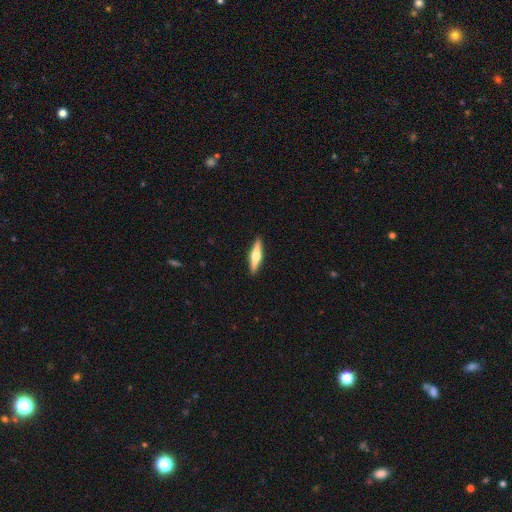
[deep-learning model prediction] Smooth or featured?
  - featured or disk: 59% *
  - smooth: 36%
  - star or artifact: 5%
Edge-on disk?
  - yes: 97% *
  - no: 3%
Edge-on bulge?
  - rounded: 94% *
  - boxy: 4%
  - none: 2%
Merging?
  - none: 91% *
  - minor disturbance: 6%
  - major disturbance: 1%
  - merger: 1%